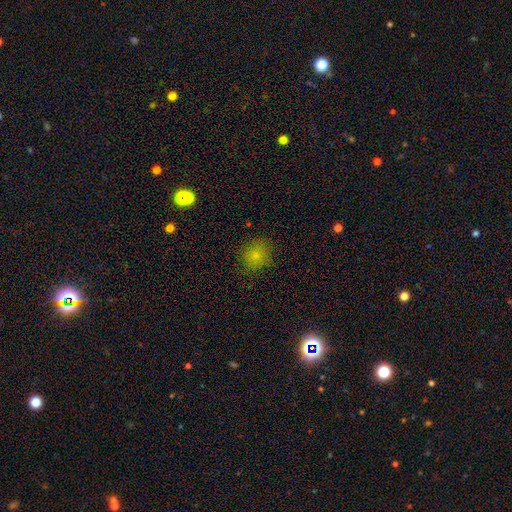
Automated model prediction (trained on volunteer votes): Smooth or featured?
  - smooth: 79% *
  - star or artifact: 14%
  - featured or disk: 7%
How rounded?
  - round: 80% *
  - in between: 19%
  - cigar-shaped: 1%
Merging?
  - none: 81% *
  - minor disturbance: 13%
  - major disturbance: 4%
  - merger: 1%